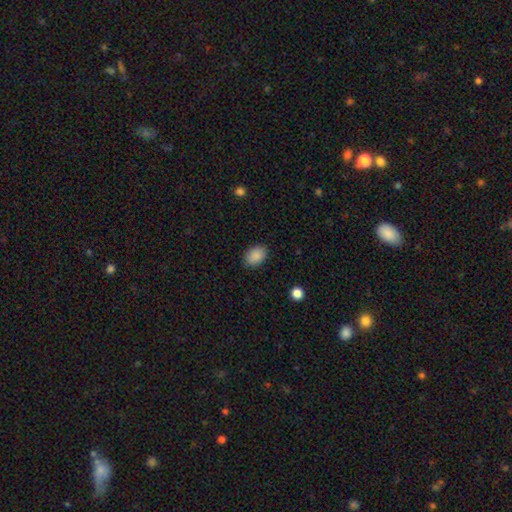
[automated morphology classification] Overall: smooth (89%). How rounded: in between (81%). Merging: none (86%).